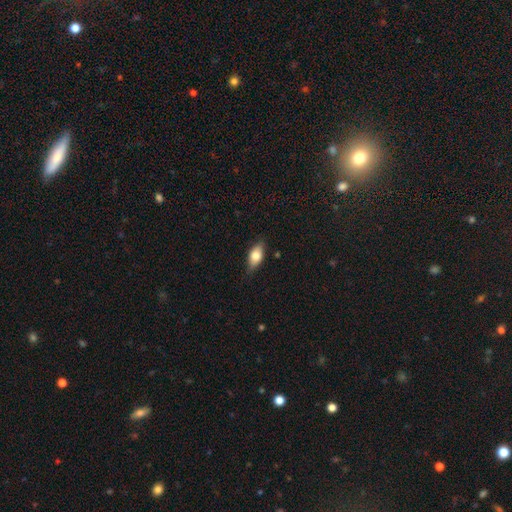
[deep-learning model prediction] smooth 74%, featured or disk 19%, star or artifact 7%. Down the decision tree: how rounded — in between (86%); merging — none (79%).